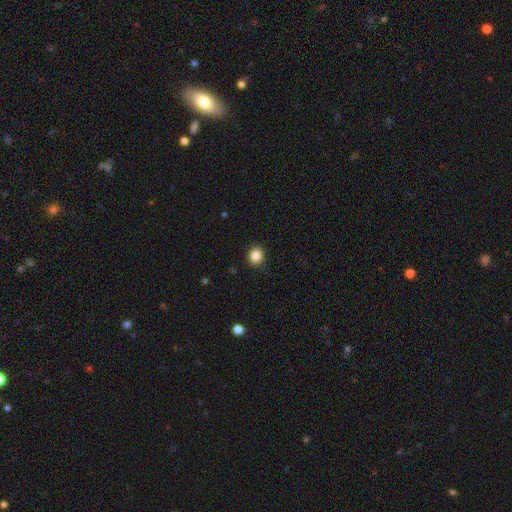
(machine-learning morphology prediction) smooth_or_featured: smooth (p=0.86) [alt: star or artifact p=0.10]
how_rounded: round (p=0.85) [alt: in between p=0.14]
merging: none (p=0.90) [alt: minor disturbance p=0.07]